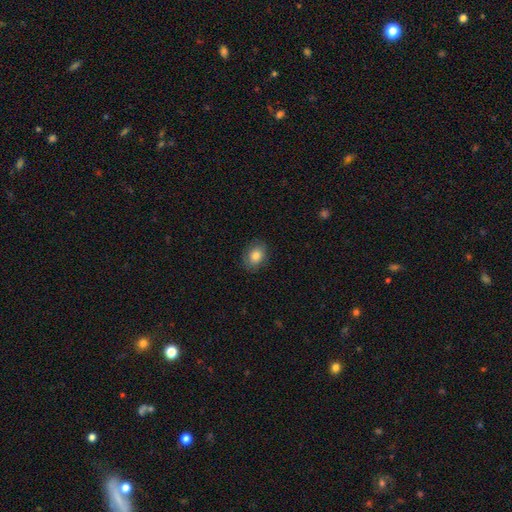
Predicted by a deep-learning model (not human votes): A smooth galaxy with no disk features (81%) that is in between round and cigar-shaped (66%). Merging: none (83%).